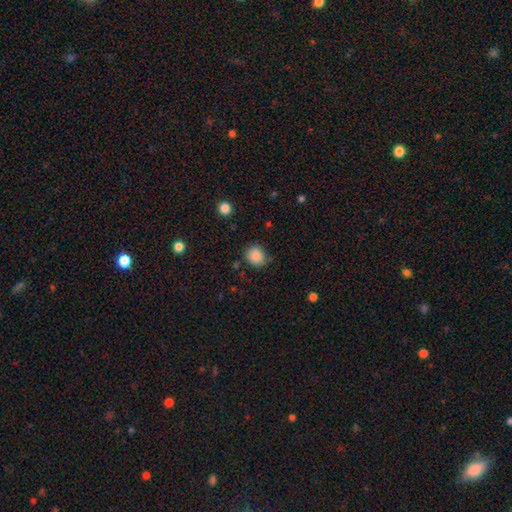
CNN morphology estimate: smooth-or-featured: smooth: 86% | star or artifact: 9% | featured or disk: 4%
  how-rounded: round: 74% | in between: 25% | cigar-shaped: 1%
  merging: none: 74% | minor disturbance: 19% | major disturbance: 4% | merger: 2%